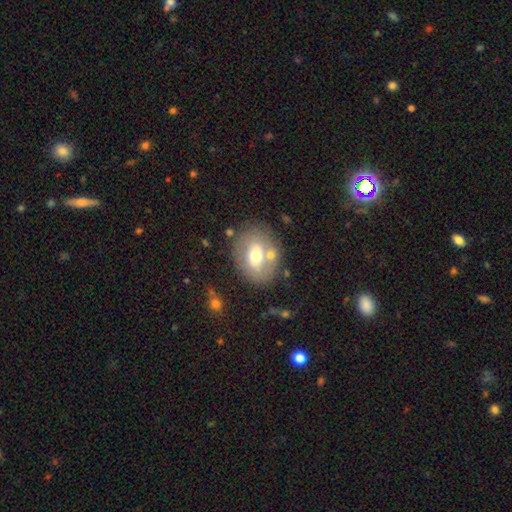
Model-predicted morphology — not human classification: Smooth or featured? Predicted: smooth (p=0.52). How rounded? Predicted: in between (p=0.59). Merging? Predicted: none (p=0.67).